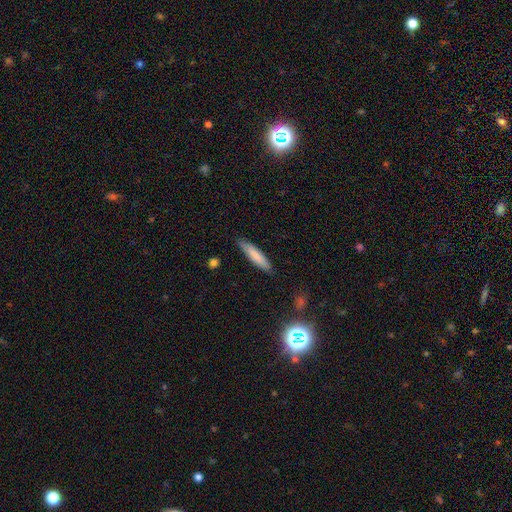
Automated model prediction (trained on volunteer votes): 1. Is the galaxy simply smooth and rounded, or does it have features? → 80% smooth, 14% featured or disk, 6% star or artifact.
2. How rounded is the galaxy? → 81% cigar-shaped, 18% in between, 1% round.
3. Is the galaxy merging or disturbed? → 85% none, 11% minor disturbance, 2% major disturbance, 1% merger.